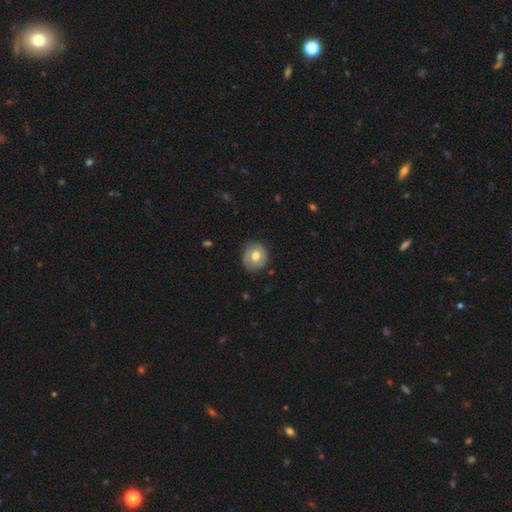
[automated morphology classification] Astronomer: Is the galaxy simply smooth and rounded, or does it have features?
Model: smooth — 49% (runner-up: featured or disk, 45%).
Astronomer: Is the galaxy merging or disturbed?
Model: none — 76%.